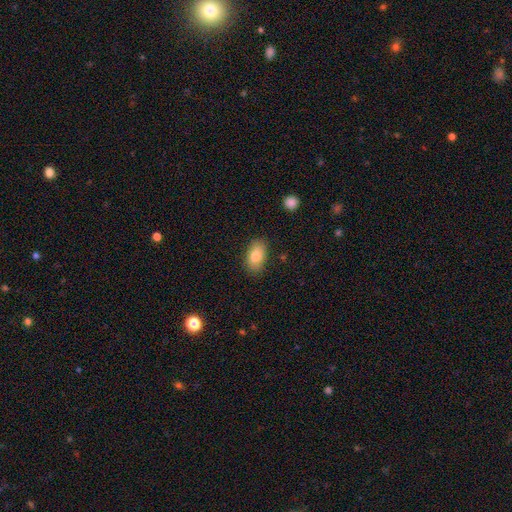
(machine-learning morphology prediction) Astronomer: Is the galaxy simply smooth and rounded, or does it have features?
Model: smooth — 82%.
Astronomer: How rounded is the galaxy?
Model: in between — 92%.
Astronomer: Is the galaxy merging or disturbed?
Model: none — 85%.